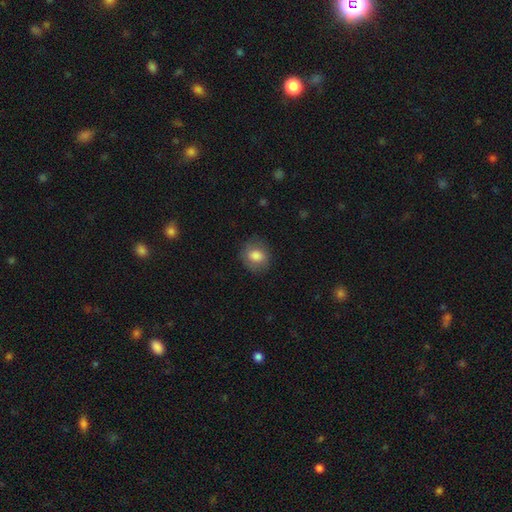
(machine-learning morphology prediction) type=smooth (80%); roundness=round (69%); merging=none (80%).